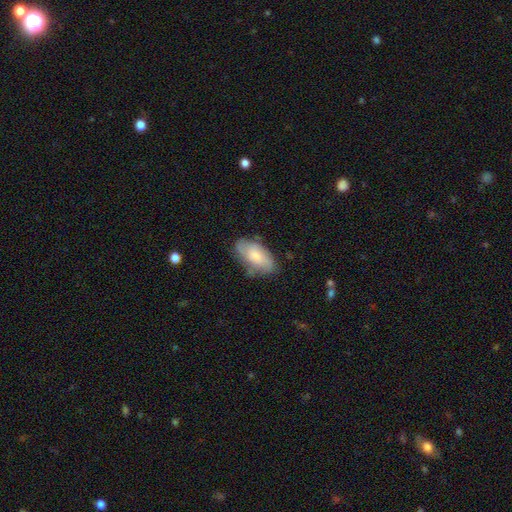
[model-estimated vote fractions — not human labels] Smooth or featured? smooth (56%)
How rounded? in between (92%)
Merging? none (64%)